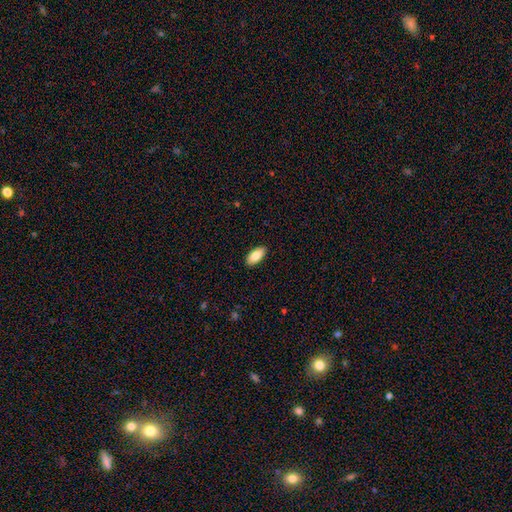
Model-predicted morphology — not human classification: A smooth galaxy with no disk features (84%) that is in between round and cigar-shaped (89%). Merging: none (90%).